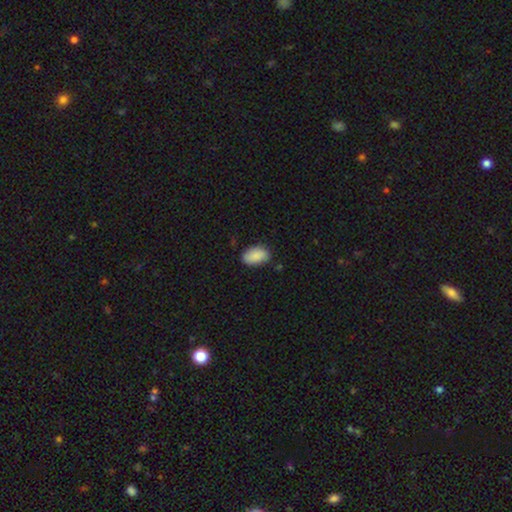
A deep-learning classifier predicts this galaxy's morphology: type=smooth (89%); roundness=in between (93%); merging=none (78%).